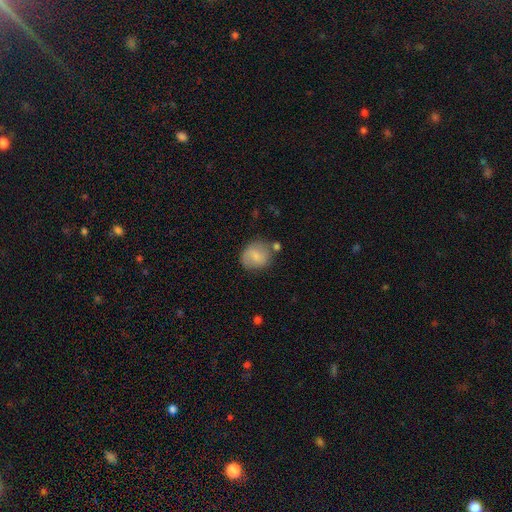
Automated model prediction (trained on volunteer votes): smooth-or-featured: smooth: 70% | featured or disk: 22% | star or artifact: 8%
  how-rounded: round: 74% | in between: 25% | cigar-shaped: 1%
  merging: none: 63% | minor disturbance: 21% | merger: 10% | major disturbance: 6%